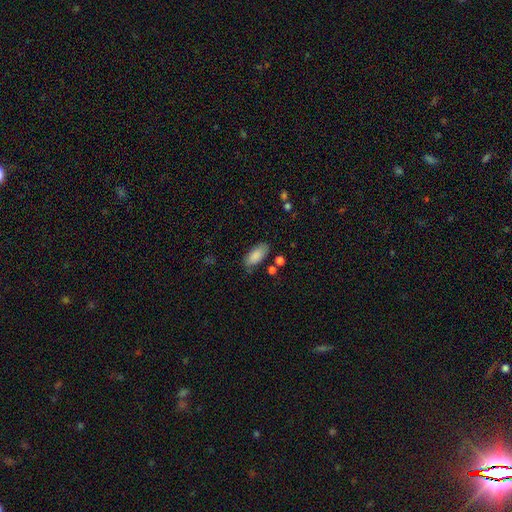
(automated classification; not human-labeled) The model was most divided on "merging": none: 77%, minor disturbance: 15%, merger: 4%, major disturbance: 4%. More confident: how rounded — in between (89%); smooth or featured — smooth (87%).